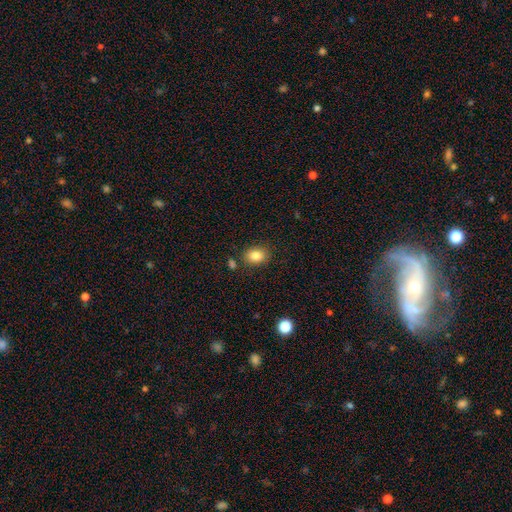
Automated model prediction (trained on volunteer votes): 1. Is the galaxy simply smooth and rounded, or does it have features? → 84% smooth, 9% star or artifact, 7% featured or disk.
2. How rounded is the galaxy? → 62% in between, 37% round, 1% cigar-shaped.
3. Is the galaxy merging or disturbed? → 82% none, 11% minor disturbance, 4% merger, 3% major disturbance.